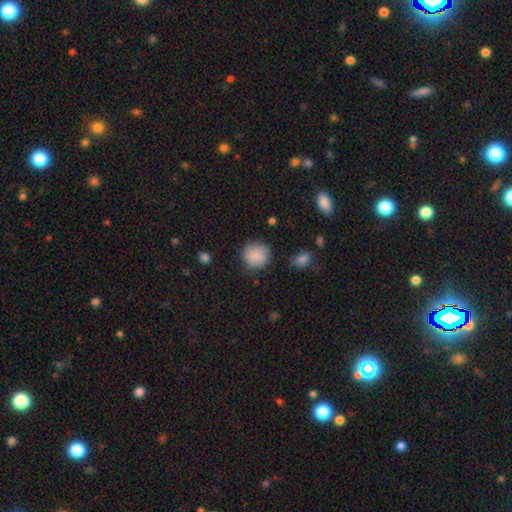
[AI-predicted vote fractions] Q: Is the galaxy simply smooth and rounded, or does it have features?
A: smooth — 86%.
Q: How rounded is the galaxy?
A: round — 88%.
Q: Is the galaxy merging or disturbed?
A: none — 77%.